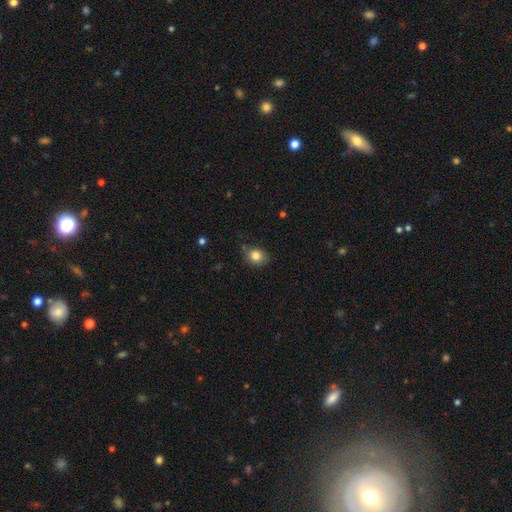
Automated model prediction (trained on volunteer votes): The model was most divided on "how rounded": round: 59%, in between: 40%, cigar-shaped: 1%. More confident: smooth or featured — smooth (82%); merging — none (74%).